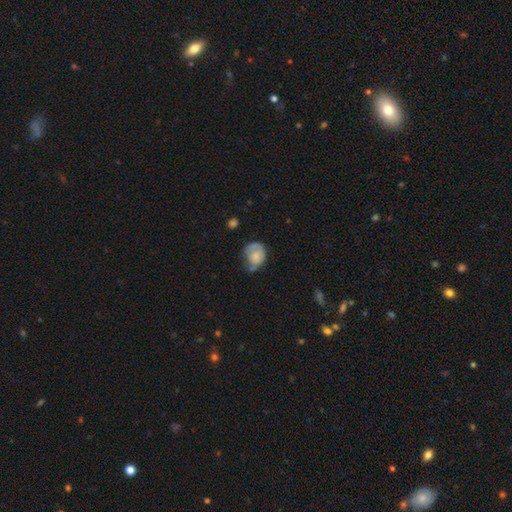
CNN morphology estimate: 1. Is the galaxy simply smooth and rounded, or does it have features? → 58% smooth, 33% featured or disk, 8% star or artifact.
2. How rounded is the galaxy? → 52% round, 47% in between, 1% cigar-shaped.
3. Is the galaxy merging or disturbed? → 36% minor disturbance, 35% none, 24% major disturbance, 5% merger.